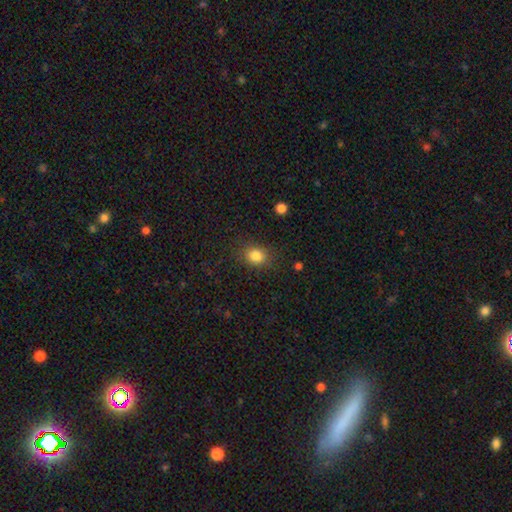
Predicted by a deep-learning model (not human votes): The model was most divided on "how rounded": round: 54%, in between: 45%, cigar-shaped: 1%. More confident: smooth or featured — smooth (83%); merging — none (82%).